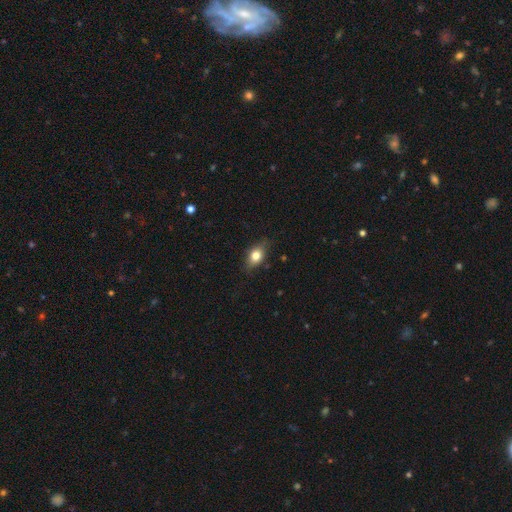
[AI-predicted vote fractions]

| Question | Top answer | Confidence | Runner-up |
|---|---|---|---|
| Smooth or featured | smooth | 75% | featured or disk (17%) |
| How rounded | in between | 76% | round (18%) |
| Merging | none | 78% | minor disturbance (17%) |